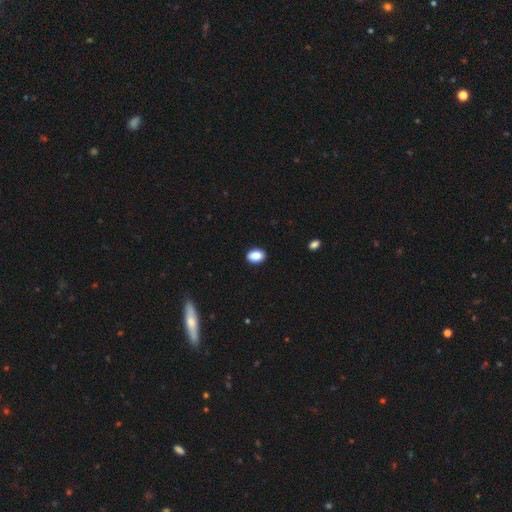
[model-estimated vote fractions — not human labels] Q: Smooth or featured?
A: smooth (88%); runner-up: star or artifact (8%)
Q: How rounded?
A: in between (82%); runner-up: round (17%)
Q: Merging?
A: none (89%); runner-up: minor disturbance (8%)